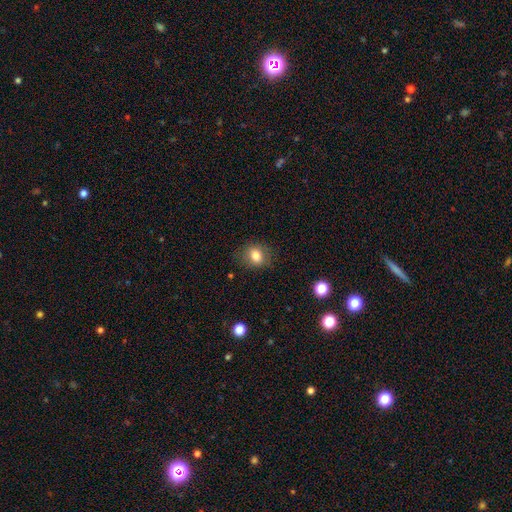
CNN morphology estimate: A smooth galaxy with no disk features (80%) that is round (57%). Merging: none (81%).